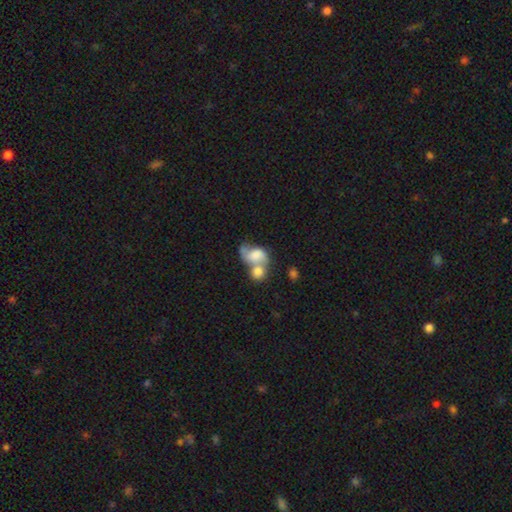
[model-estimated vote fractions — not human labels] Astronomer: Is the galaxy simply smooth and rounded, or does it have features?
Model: smooth — 55% (runner-up: featured or disk, 36%).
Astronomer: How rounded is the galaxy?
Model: in between — 69%.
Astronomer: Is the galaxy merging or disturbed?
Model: merger — 67%.